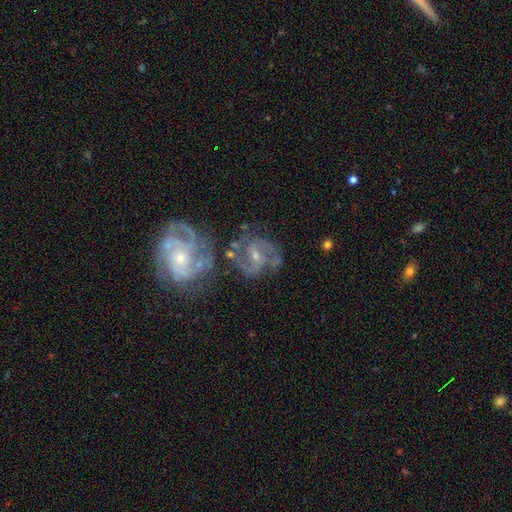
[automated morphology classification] This is clearly a featured or disk galaxy (88%). It is clearly not viewed edge-on (98%). Bar: marginally weak (45%). Spiral arm pattern: clearly yes (97%). Spiral arm count: marginally 2 (44%). Spiral winding: possibly medium (54%). Central bulge: possibly small (60%). Merging: possibly none (53%).